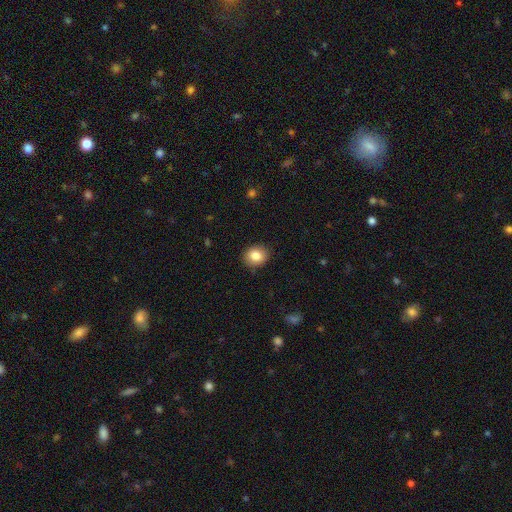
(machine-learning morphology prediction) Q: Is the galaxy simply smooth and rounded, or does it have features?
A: smooth — 84%.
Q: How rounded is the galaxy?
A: round — 68%.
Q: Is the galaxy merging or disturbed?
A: none — 87%.